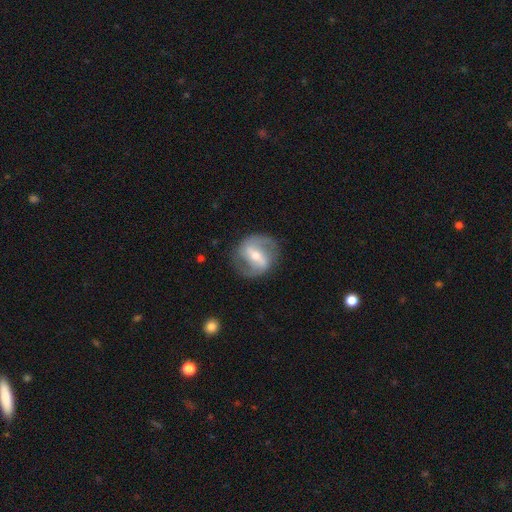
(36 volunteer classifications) featured or disk 94%, smooth 3%, star or artifact 3%. Down the decision tree: edge-on disk — no (100%); bar — strong (62%); spiral arms — yes (88%); spiral arm count — 2 (93%); spiral winding — medium (43%); bulge size — moderate (62%); merging — none (83%).